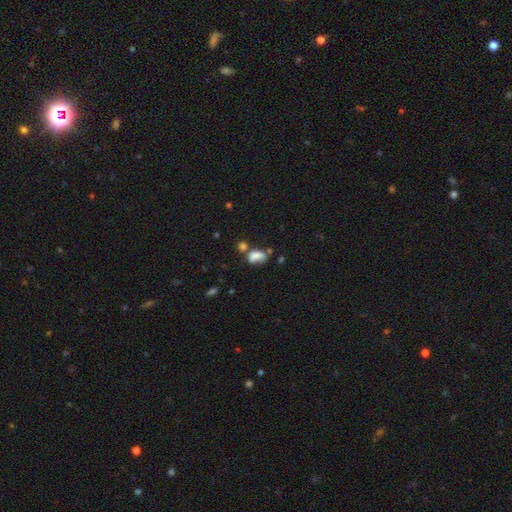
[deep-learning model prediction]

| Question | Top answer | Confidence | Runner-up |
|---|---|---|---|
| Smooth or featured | smooth | 71% | featured or disk (17%) |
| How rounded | in between | 82% | round (16%) |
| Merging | merger | 34% | none (28%) |